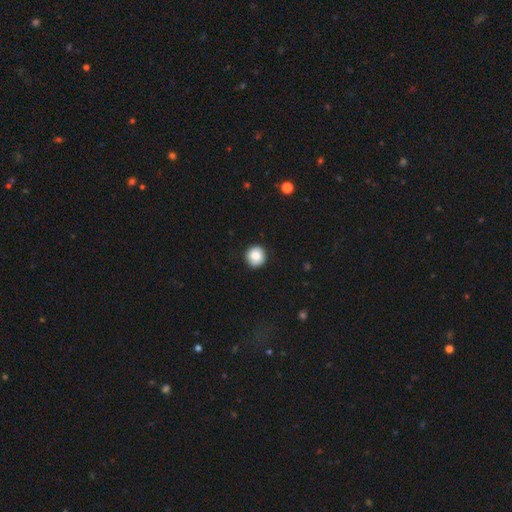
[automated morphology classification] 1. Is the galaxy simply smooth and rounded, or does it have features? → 85% smooth, 8% star or artifact, 7% featured or disk.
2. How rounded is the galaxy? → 91% round, 8% in between, 1% cigar-shaped.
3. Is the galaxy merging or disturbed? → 85% none, 11% minor disturbance, 2% major disturbance, 1% merger.